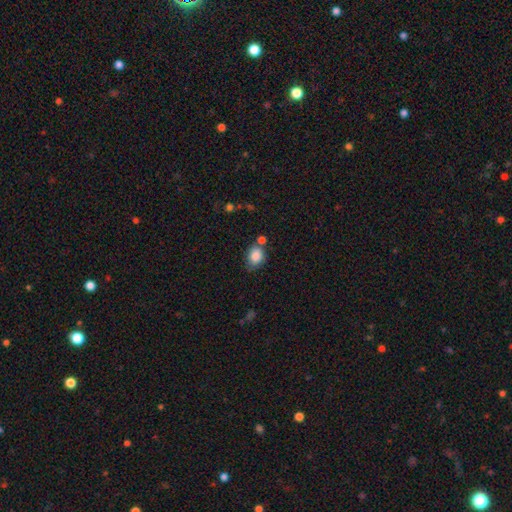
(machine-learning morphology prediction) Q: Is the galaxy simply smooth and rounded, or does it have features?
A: smooth — 86%.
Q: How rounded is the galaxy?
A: in between — 55%.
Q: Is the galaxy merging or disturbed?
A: none — 59%.